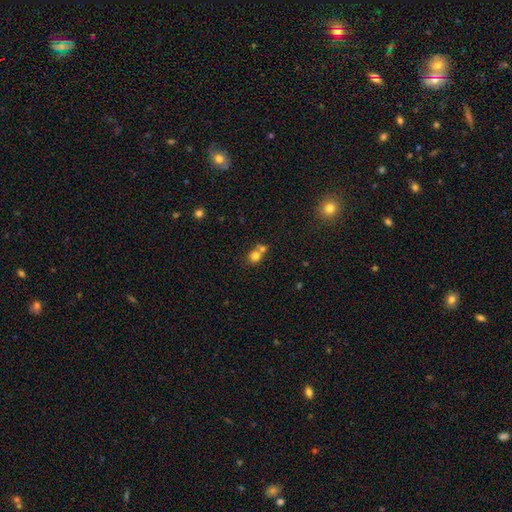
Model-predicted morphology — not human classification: type=smooth (77%); roundness=round (77%); merging=merger (48%).